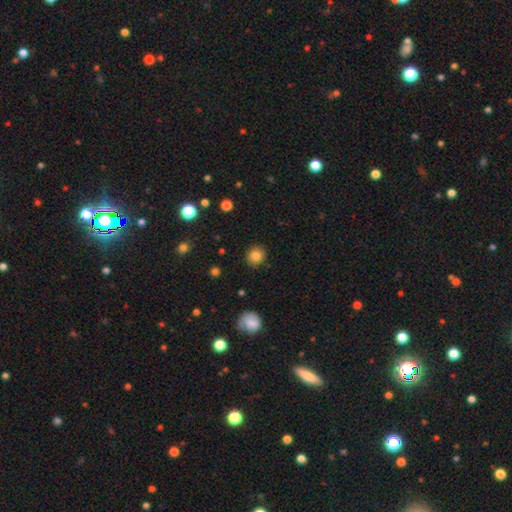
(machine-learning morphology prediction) This appears to be a smooth galaxy with no disk features (84%) that is round (87%). Merging: none (89%).